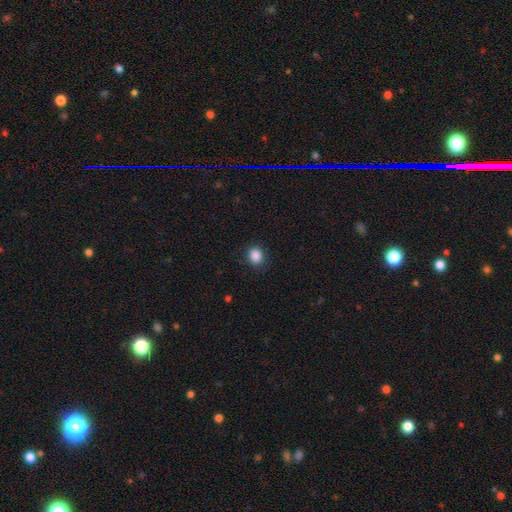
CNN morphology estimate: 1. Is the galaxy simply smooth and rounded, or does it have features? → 88% smooth, 10% star or artifact, 3% featured or disk.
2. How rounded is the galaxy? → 63% round, 36% in between, 1% cigar-shaped.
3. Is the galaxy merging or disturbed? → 87% none, 10% minor disturbance, 3% major disturbance, 1% merger.